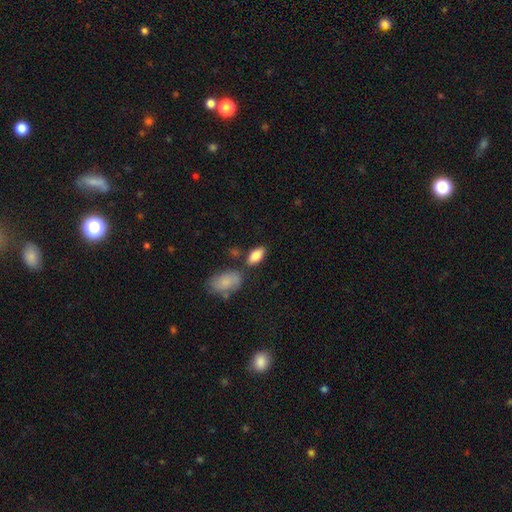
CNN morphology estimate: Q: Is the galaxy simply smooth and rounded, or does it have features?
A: smooth — 84%.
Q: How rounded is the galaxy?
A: in between — 91%.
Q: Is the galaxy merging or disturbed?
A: none — 70%.